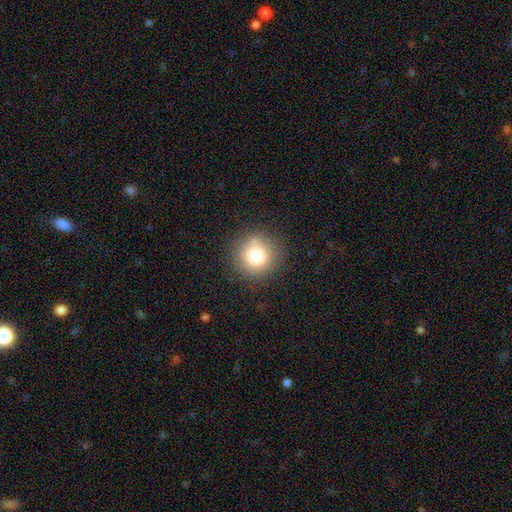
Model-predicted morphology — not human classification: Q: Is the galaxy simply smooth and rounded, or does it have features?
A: smooth — 79%.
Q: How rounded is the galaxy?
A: round — 94%.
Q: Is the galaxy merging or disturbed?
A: none — 84%.